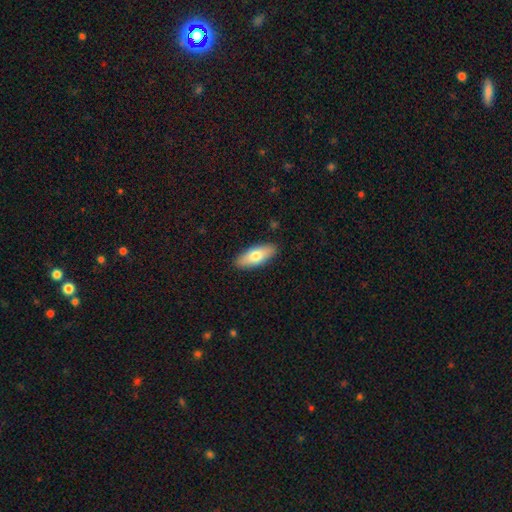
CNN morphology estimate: A smooth galaxy with no disk features (72%) that is in between round and cigar-shaped (73%).

Vote fractions:
- Smooth or featured? smooth: 72% / featured or disk: 22% / star or artifact: 6%
- How rounded? in between: 73% / cigar-shaped: 25% / round: 3%
- Merging? none: 89% / minor disturbance: 8% / major disturbance: 2% / merger: 1%